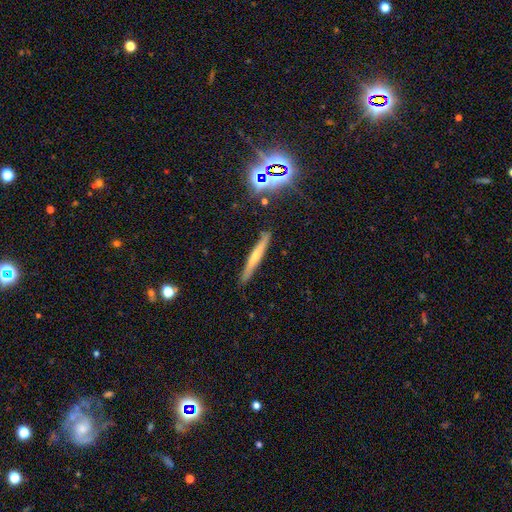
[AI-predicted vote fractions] smooth_or_featured: featured or disk (p=0.49) [alt: smooth p=0.42]
merging: none (p=0.88) [alt: minor disturbance p=0.09]